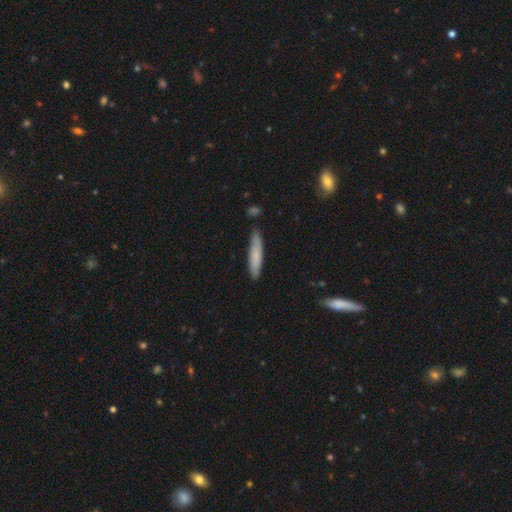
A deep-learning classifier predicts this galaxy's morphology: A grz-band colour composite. It shows a smooth galaxy with no disk features (75%) that is cigar-shaped (87%). Merging: none (82%).